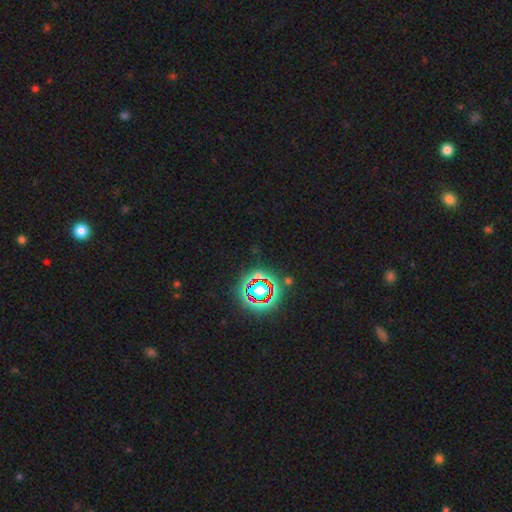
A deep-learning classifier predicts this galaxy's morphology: Smooth or featured: star or artifact — 79% (smooth — 12%)